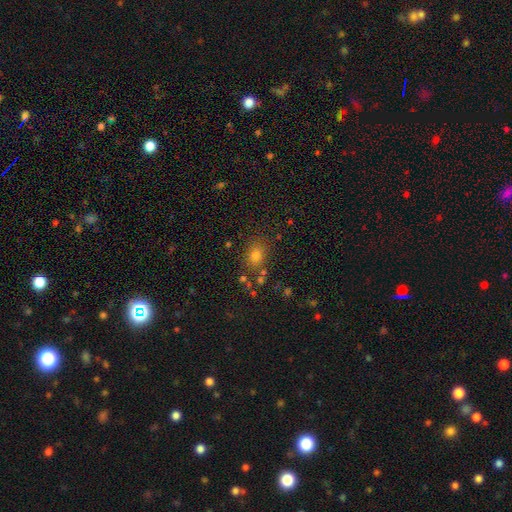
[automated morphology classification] smooth-or-featured: smooth: 71% | star or artifact: 20% | featured or disk: 9%
  how-rounded: round: 55% | in between: 44% | cigar-shaped: 1%
  merging: none: 77% | minor disturbance: 12% | merger: 7% | major disturbance: 4%